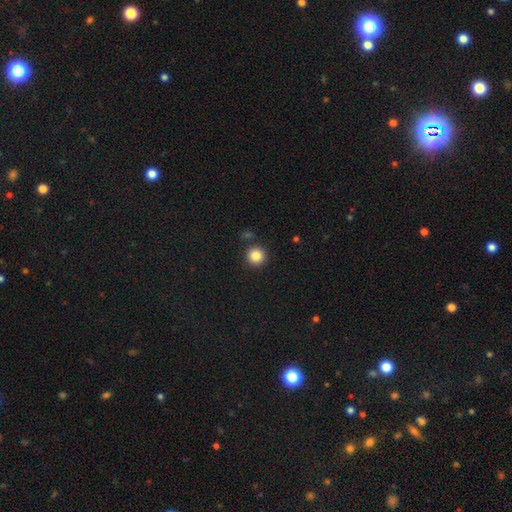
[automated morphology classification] Overall: smooth (86%). How rounded: round (95%). Merging: none (88%).